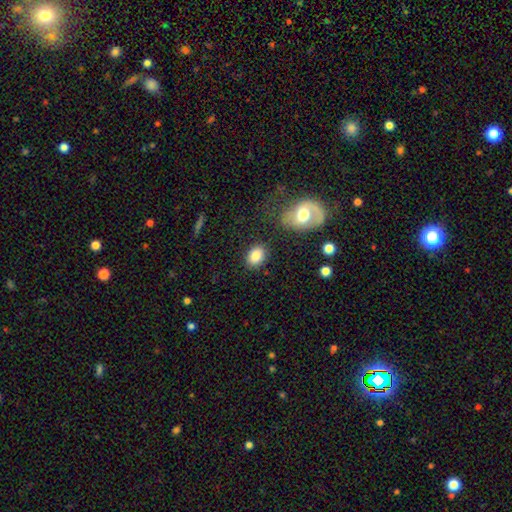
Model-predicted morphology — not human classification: A smooth galaxy with no disk features (85%) that is in between round and cigar-shaped (62%). Merging: none (83%).